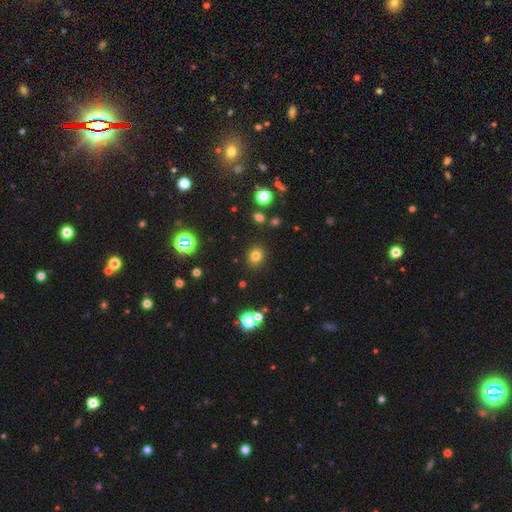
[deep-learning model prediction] Smooth or featured? smooth (77%)
How rounded? round (73%)
Merging? none (86%)